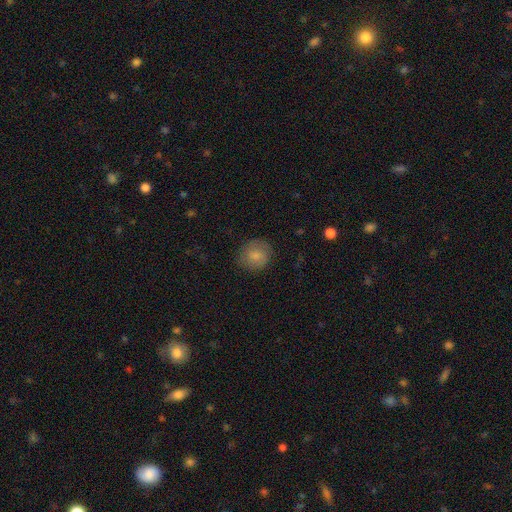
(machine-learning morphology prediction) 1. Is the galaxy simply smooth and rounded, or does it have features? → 79% smooth, 13% featured or disk, 8% star or artifact.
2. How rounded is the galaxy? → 86% round, 14% in between, 1% cigar-shaped.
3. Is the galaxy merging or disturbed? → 80% none, 15% minor disturbance, 5% major disturbance, 1% merger.